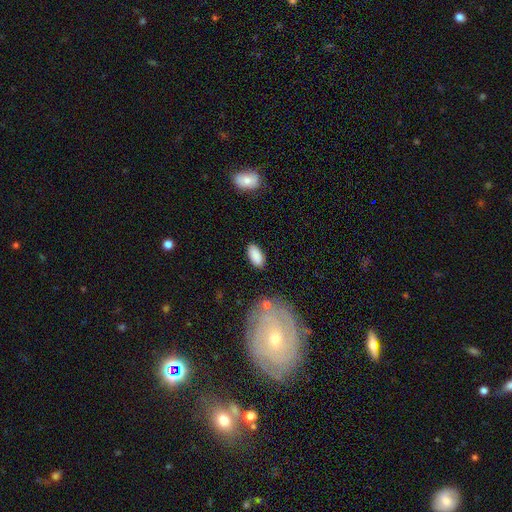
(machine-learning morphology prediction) A smooth galaxy with no disk features (88%) that is in between round and cigar-shaped (92%).

Vote fractions:
- Smooth or featured? smooth: 88% / star or artifact: 7% / featured or disk: 5%
- How rounded? in between: 92% / cigar-shaped: 6% / round: 2%
- Merging? none: 83% / minor disturbance: 12% / major disturbance: 3% / merger: 2%